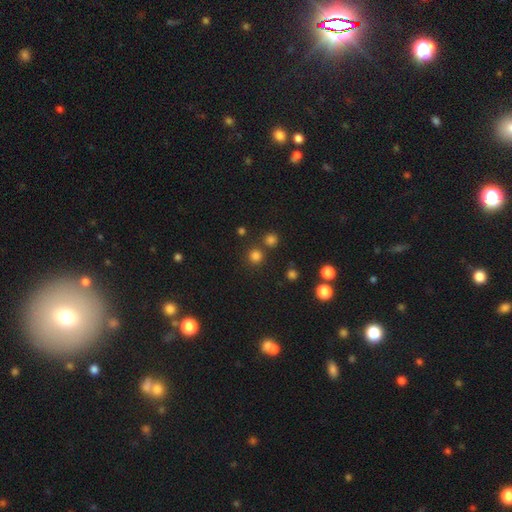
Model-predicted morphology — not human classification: A smooth galaxy with no disk features (77%) that is round (93%).

Vote fractions:
- Smooth or featured? smooth: 77% / star or artifact: 18% / featured or disk: 4%
- How rounded? round: 93% / in between: 6% / cigar-shaped: 1%
- Merging? none: 80% / merger: 10% / minor disturbance: 6% / major disturbance: 3%